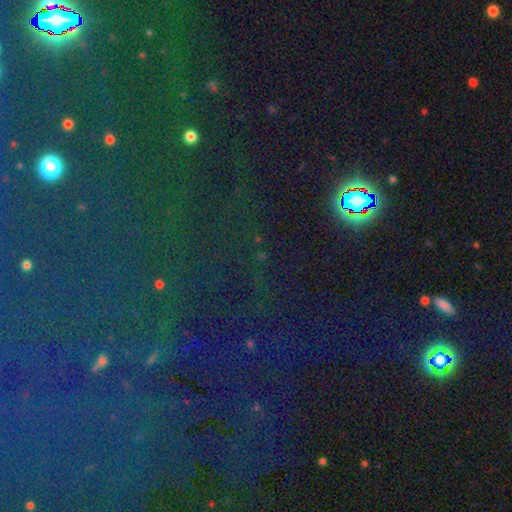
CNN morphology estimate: This appears to be a star or artifact, not a galaxy (83%).